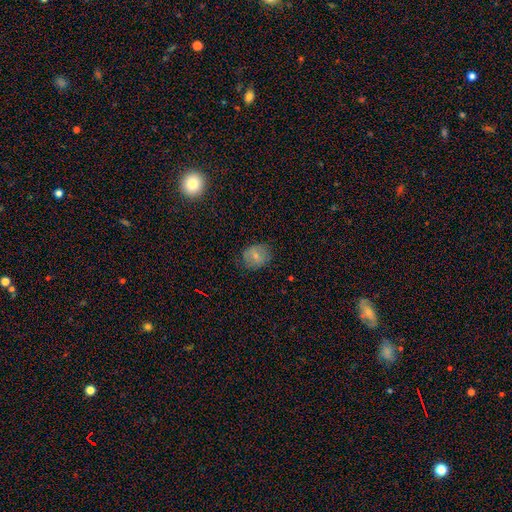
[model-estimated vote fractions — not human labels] Overall: smooth (72%). How rounded: round (66%; in between 33%). Merging: none (77%).